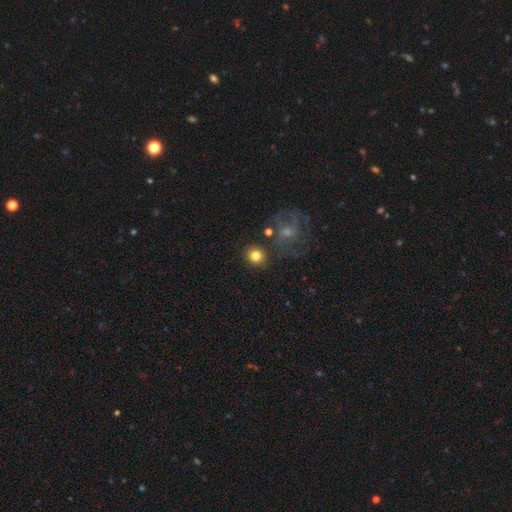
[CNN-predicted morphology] Smooth or featured: smooth — 80% (star or artifact — 10%)
How rounded: round — 87% (in between — 12%)
Merging: none — 82% (minor disturbance — 9%)